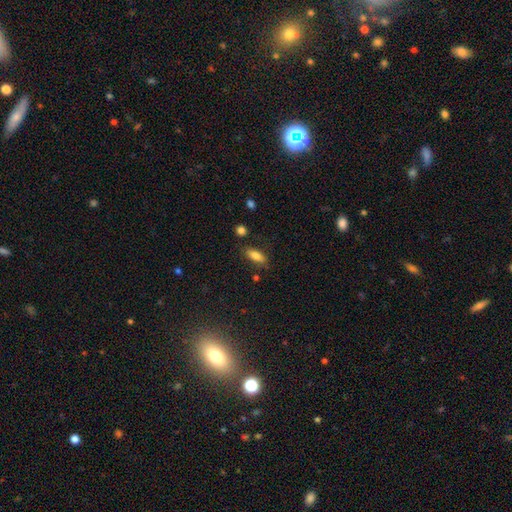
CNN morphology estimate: A smooth galaxy with no disk features (82%) that is in between round and cigar-shaped (76%). Merging: none (79%).